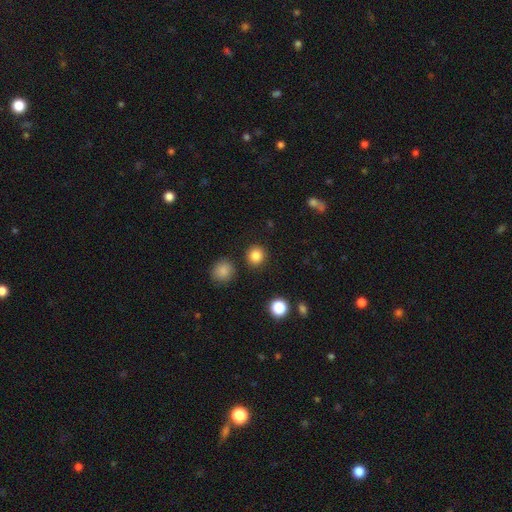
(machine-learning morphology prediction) smooth_or_featured: smooth (p=0.84) [alt: star or artifact p=0.12]
how_rounded: round (p=0.91) [alt: in between p=0.08]
merging: none (p=0.89) [alt: minor disturbance p=0.06]